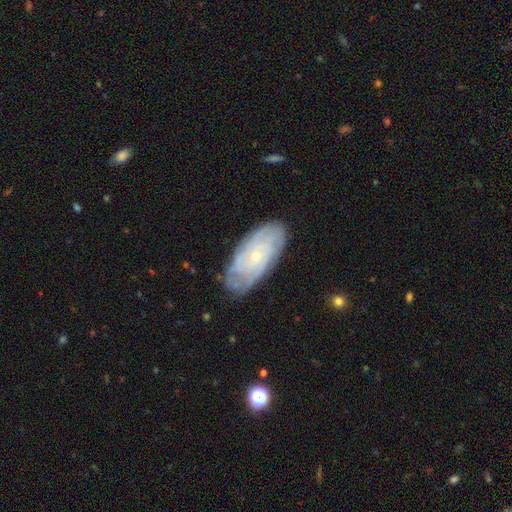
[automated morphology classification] Smooth or featured?
  - featured or disk: 73% *
  - smooth: 20%
  - star or artifact: 7%
Edge-on disk?
  - no: 92% *
  - yes: 8%
Bar?
  - no: 80% *
  - weak: 16%
  - strong: 3%
Spiral arms?
  - yes: 88% *
  - no: 12%
Spiral winding?
  - tight: 76% *
  - medium: 19%
  - loose: 5%
Spiral arm count?
  - can't tell: 54% *
  - 4: 14%
  - 2: 10%
  - 3: 9%
  - more than 4: 9%
  - 1: 5%
Bulge size?
  - small: 82% *
  - moderate: 15%
  - none: 2%
  - large: 1%
  - dominant: 1%
Merging?
  - none: 80% *
  - minor disturbance: 16%
  - major disturbance: 3%
  - merger: 1%